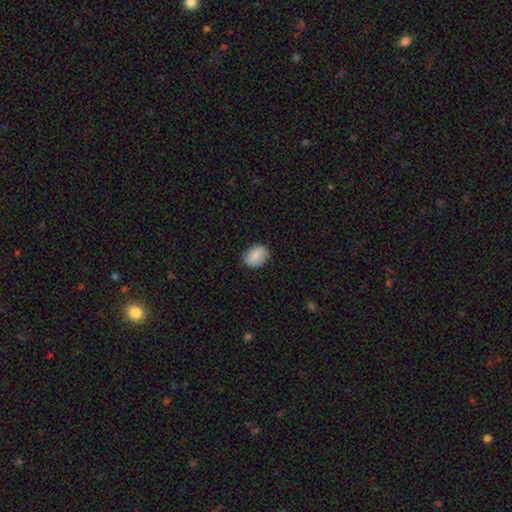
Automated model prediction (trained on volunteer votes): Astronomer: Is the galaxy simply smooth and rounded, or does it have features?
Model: smooth — 85%.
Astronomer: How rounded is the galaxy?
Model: in between — 66%.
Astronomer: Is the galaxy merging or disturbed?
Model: none — 82%.